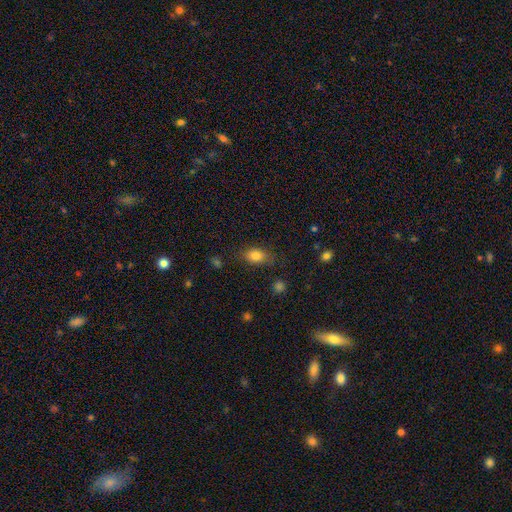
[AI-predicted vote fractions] Overall: smooth (81%). How rounded: in between (80%). Merging: none (75%).